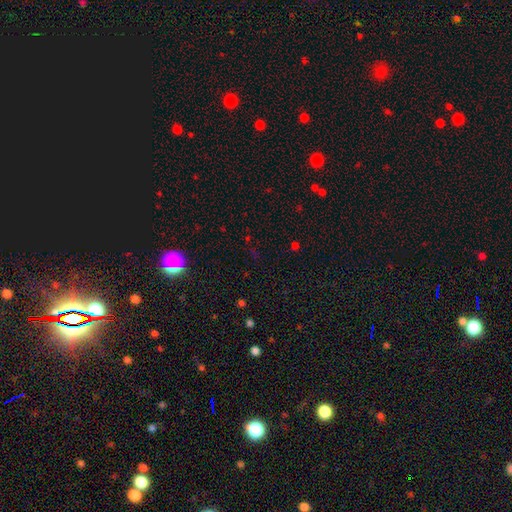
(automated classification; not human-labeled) This appears to be a star or artifact, not a galaxy (67%).